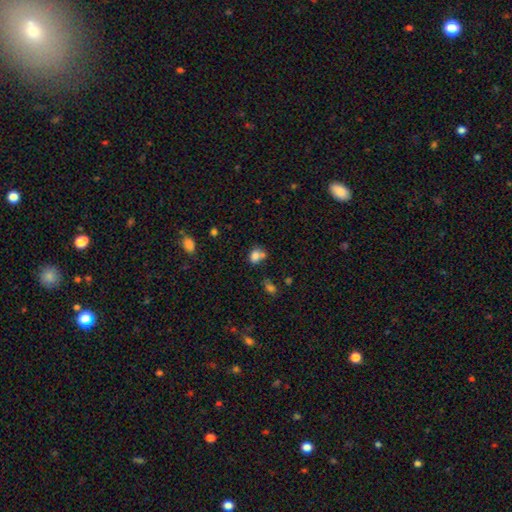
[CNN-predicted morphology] This is likely a smooth galaxy (78%). How rounded: possibly in between (58%). Merging: marginally none (39%).